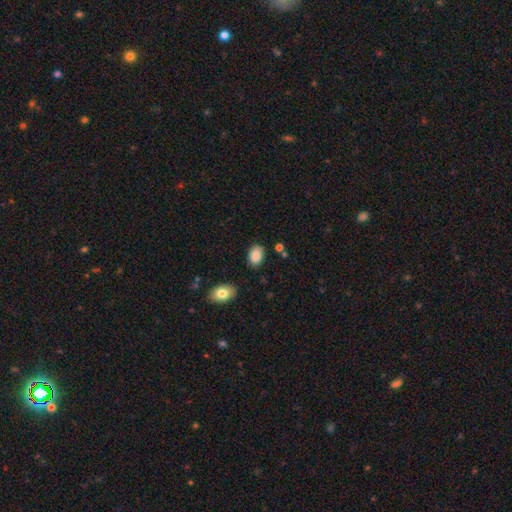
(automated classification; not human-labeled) smooth_or_featured: smooth (p=0.87) [alt: star or artifact p=0.08]
how_rounded: in between (p=0.84) [alt: round p=0.15]
merging: none (p=0.80) [alt: minor disturbance p=0.15]